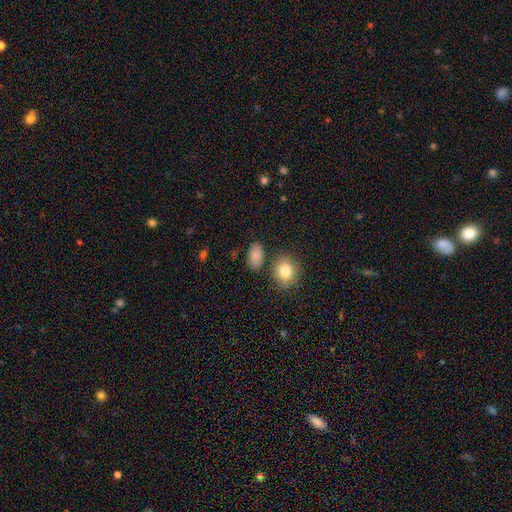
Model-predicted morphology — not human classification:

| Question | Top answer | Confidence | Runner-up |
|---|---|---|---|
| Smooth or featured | smooth | 86% | star or artifact (8%) |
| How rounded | in between | 89% | round (9%) |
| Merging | none | 77% | minor disturbance (12%) |